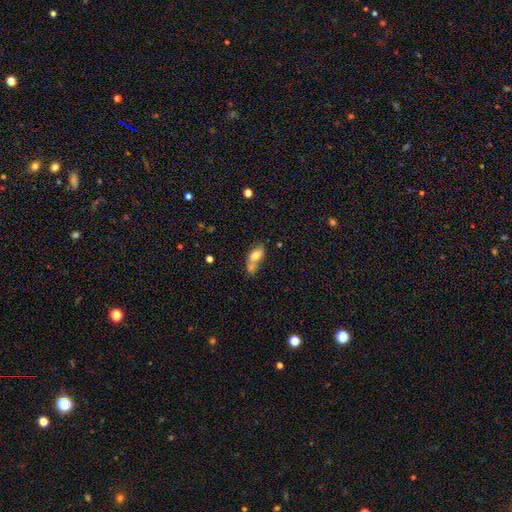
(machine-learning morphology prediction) Smooth or featured? smooth (69%)
How rounded? in between (81%)
Merging? merger (43%)